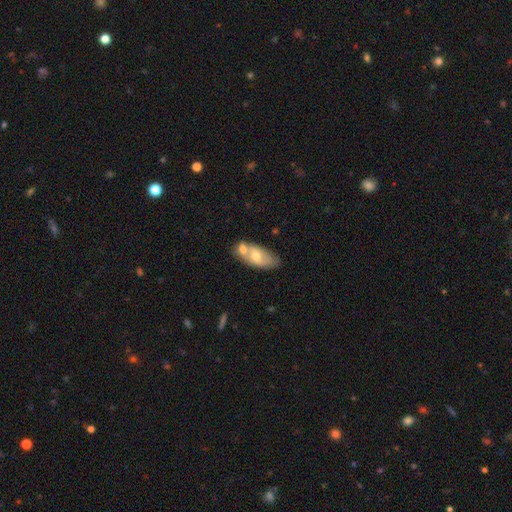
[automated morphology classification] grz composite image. It shows a smooth galaxy with no disk features (56%) that is in between round and cigar-shaped (86%). Merging: merger (47%).